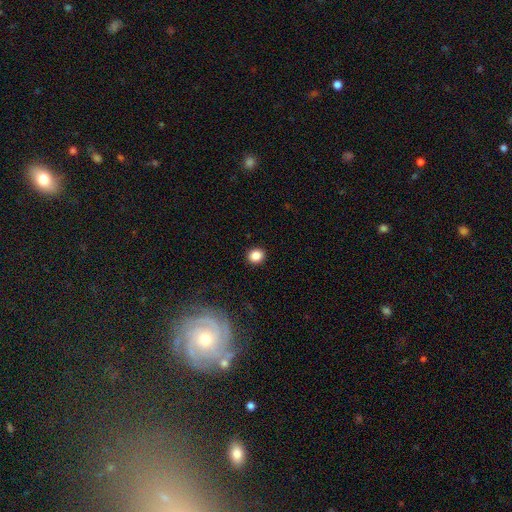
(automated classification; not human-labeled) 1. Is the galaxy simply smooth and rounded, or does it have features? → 85% smooth, 11% star or artifact, 4% featured or disk.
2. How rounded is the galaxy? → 84% round, 15% in between, 1% cigar-shaped.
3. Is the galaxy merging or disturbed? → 92% none, 5% minor disturbance, 2% major disturbance, 1% merger.